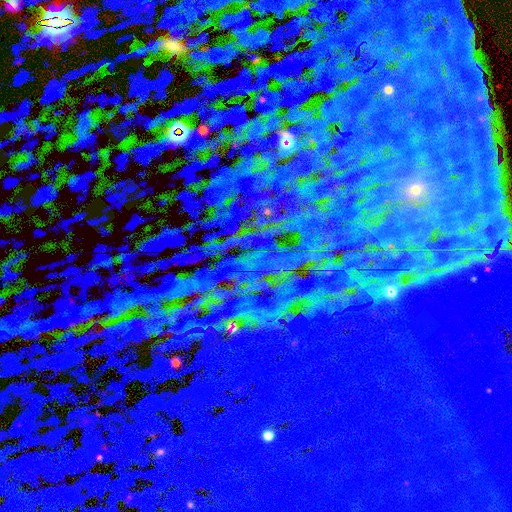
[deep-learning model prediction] star or artifact 83%, smooth 10%, featured or disk 7%.